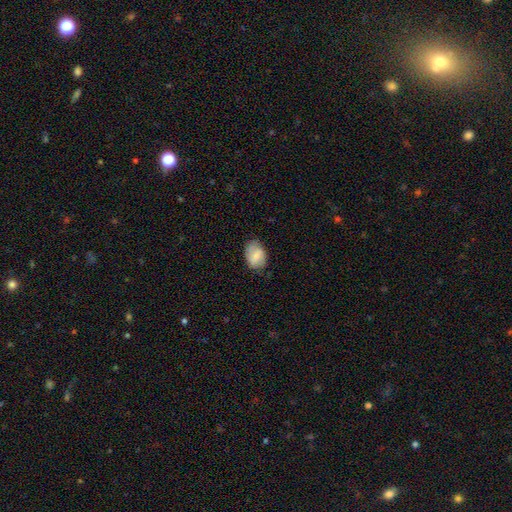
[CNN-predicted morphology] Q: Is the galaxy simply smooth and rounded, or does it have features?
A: smooth — 74%.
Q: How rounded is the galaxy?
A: in between — 82%.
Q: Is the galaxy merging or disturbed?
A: none — 69%.